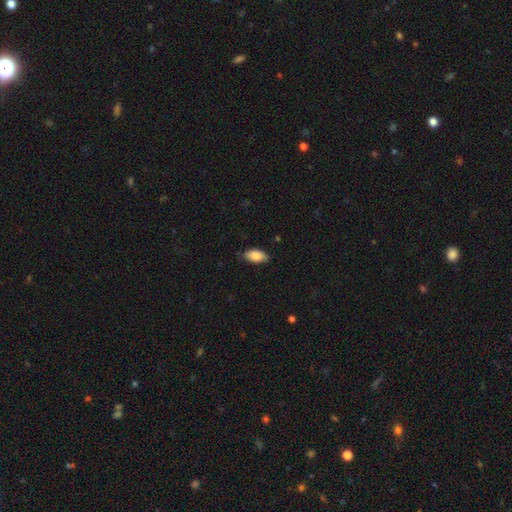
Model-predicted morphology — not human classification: Q: Smooth or featured?
A: smooth (84%); runner-up: featured or disk (10%)
Q: How rounded?
A: in between (92%); runner-up: cigar-shaped (5%)
Q: Merging?
A: none (82%); runner-up: minor disturbance (15%)